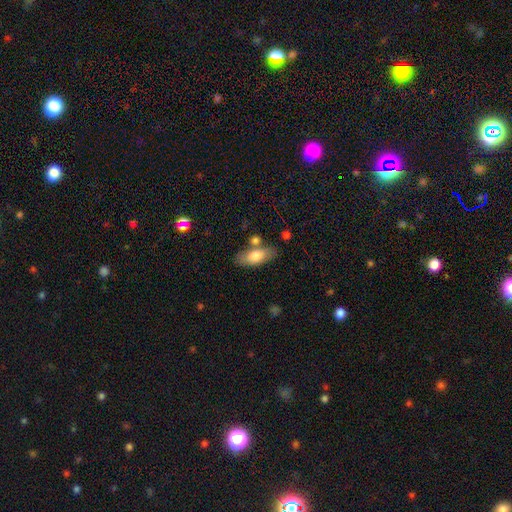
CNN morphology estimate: Smooth or featured: smooth — 75% (featured or disk — 19%)
How rounded: in between — 81% (cigar-shaped — 15%)
Merging: none — 70% (minor disturbance — 14%)